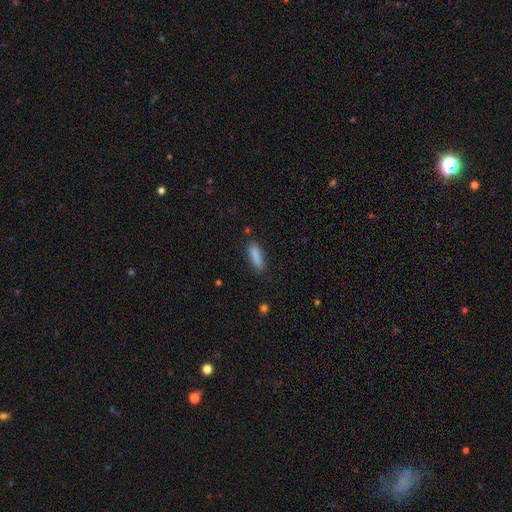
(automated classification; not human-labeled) Smooth or featured? Predicted: smooth (p=0.87). How rounded? Predicted: cigar-shaped (p=0.59). Merging? Predicted: none (p=0.82).